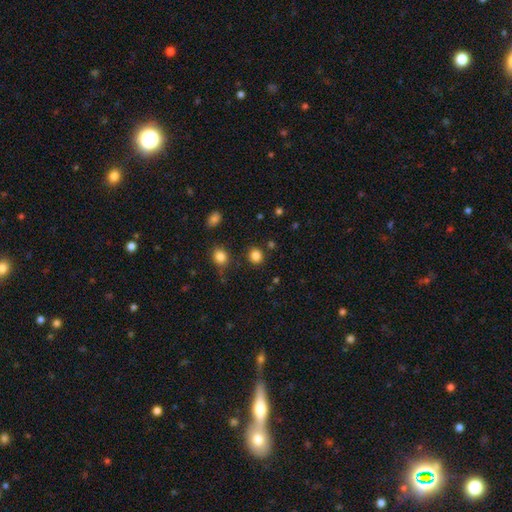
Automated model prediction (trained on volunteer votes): smooth 84%, star or artifact 12%, featured or disk 4%. Down the decision tree: how rounded — round (86%); merging — none (86%).